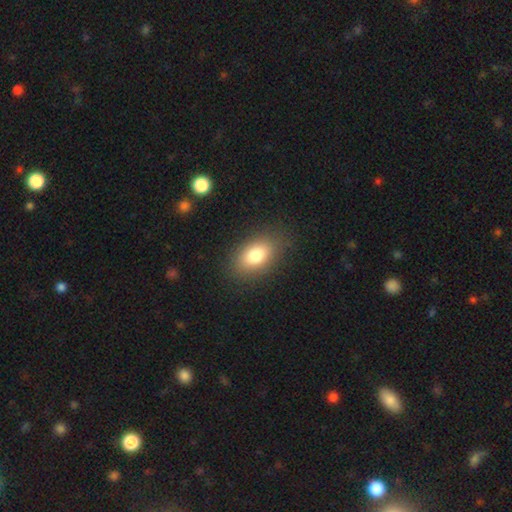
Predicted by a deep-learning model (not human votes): Morphology: type=smooth (80%); roundness=in between (87%); merging=none (83%).